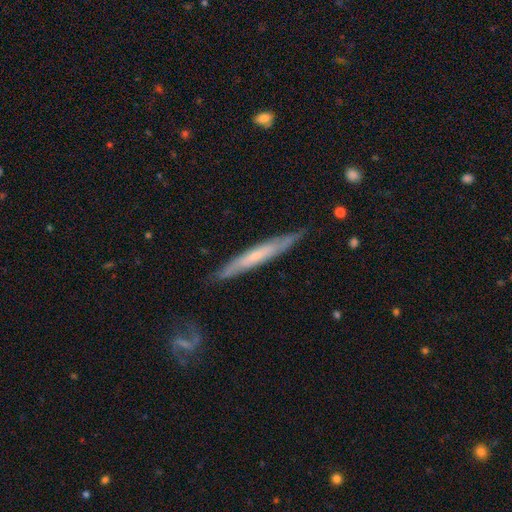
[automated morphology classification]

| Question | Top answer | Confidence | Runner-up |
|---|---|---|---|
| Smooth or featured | featured or disk | 55% | smooth (40%) |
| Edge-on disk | yes | 81% | no (19%) |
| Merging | none | 80% | minor disturbance (15%) |